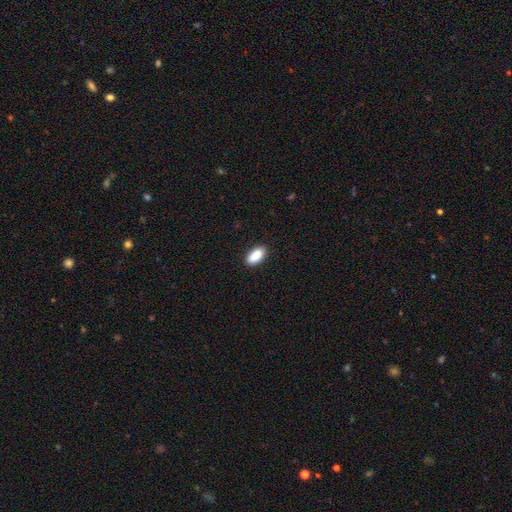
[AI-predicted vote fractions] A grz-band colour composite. It shows a smooth galaxy with no disk features (90%) that is in between round and cigar-shaped (91%). Merging: none (89%).